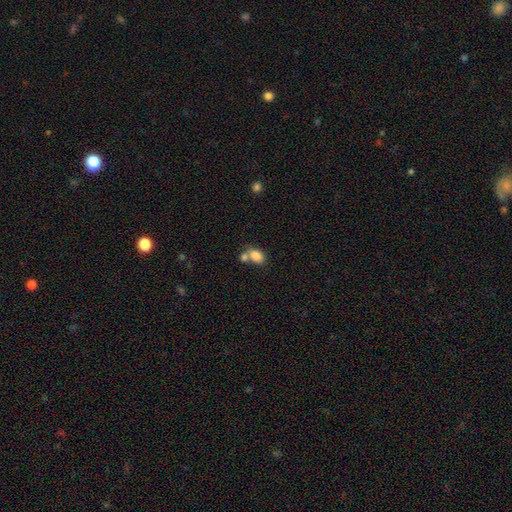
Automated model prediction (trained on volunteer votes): Overall: smooth (82%). How rounded: in between (78%). Merging: merger (46%; none 39%).